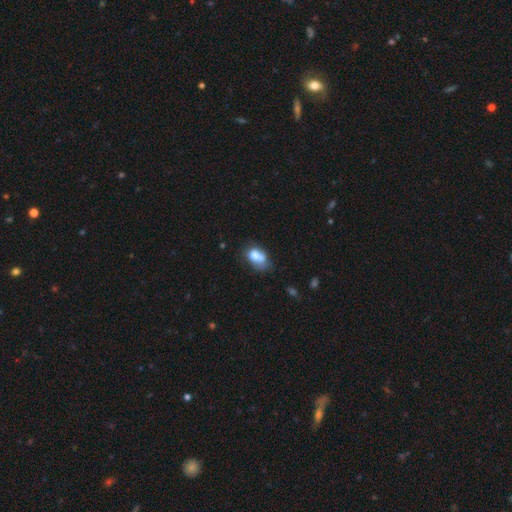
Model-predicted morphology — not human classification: Q: Smooth or featured?
A: smooth (70%); runner-up: featured or disk (19%)
Q: How rounded?
A: in between (76%); runner-up: round (22%)
Q: Merging?
A: none (31%); runner-up: merger (27%)